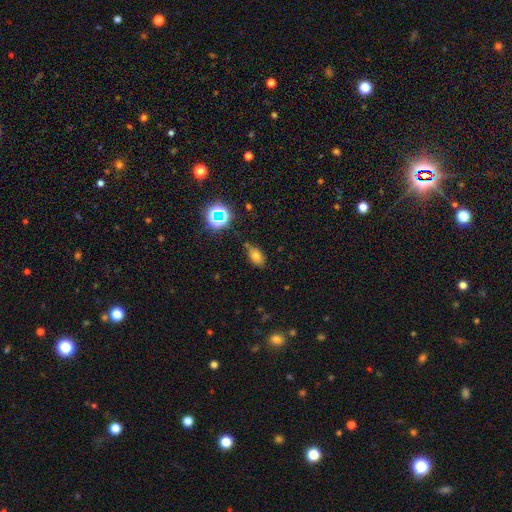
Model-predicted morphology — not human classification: This is likely a smooth galaxy (69%). How rounded: clearly in between (86%). Merging: likely none (67%).